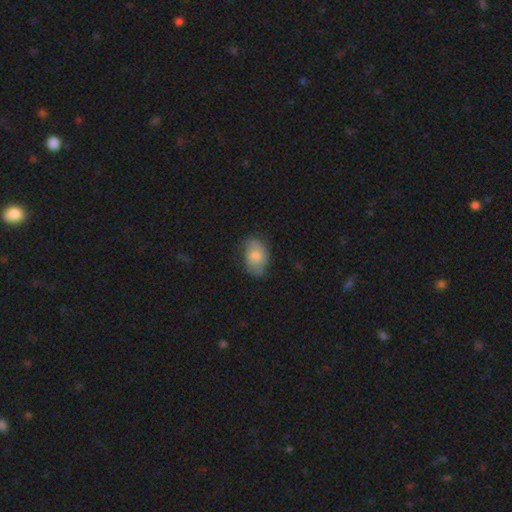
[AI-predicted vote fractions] Smooth or featured: smooth — 74% (featured or disk — 20%)
How rounded: in between — 84% (round — 14%)
Merging: none — 63% (minor disturbance — 28%)